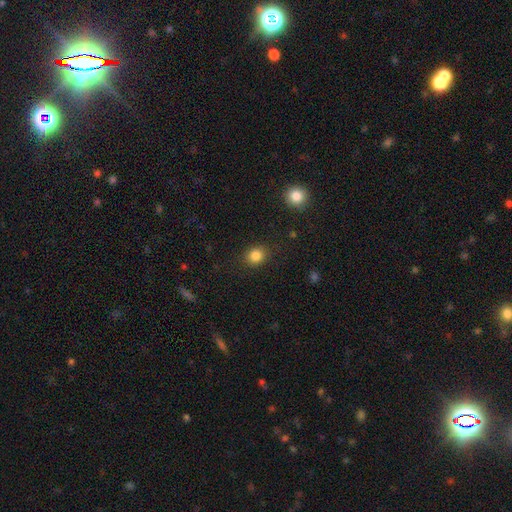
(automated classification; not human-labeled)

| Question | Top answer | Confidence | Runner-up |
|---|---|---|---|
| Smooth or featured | smooth | 84% | star or artifact (11%) |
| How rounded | round | 72% | in between (28%) |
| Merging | none | 86% | minor disturbance (9%) |